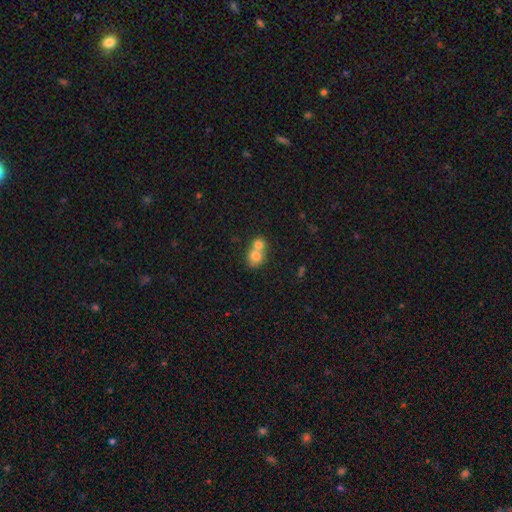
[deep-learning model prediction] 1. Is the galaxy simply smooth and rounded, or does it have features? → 73% smooth, 17% featured or disk, 10% star or artifact.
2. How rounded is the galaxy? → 72% round, 27% in between, 1% cigar-shaped.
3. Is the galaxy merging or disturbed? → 69% merger, 25% none, 5% minor disturbance, 2% major disturbance.